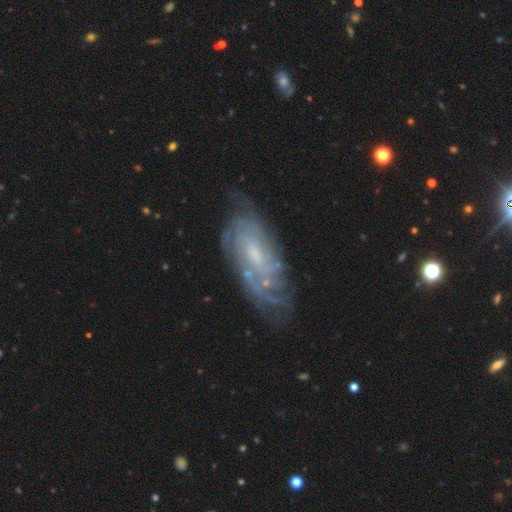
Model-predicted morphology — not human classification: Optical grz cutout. It shows a featured or disk galaxy (78%) with no bar (51%), tight (66%) spiral arms (89%) and a small central bulge (55%). Merging: none (69%).